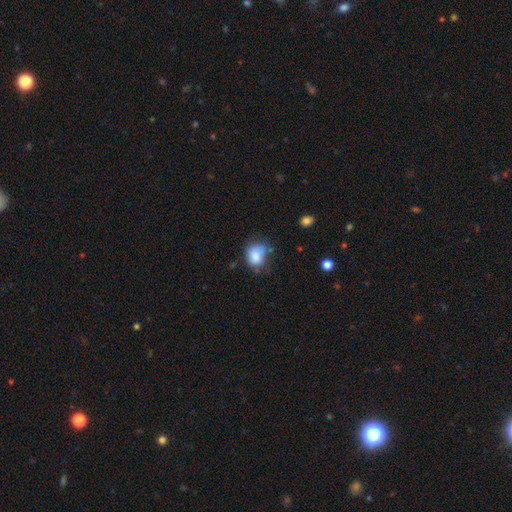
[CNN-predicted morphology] smooth 81%, featured or disk 10%, star or artifact 9%. Down the decision tree: how rounded — round (50%); merging — none (44%).